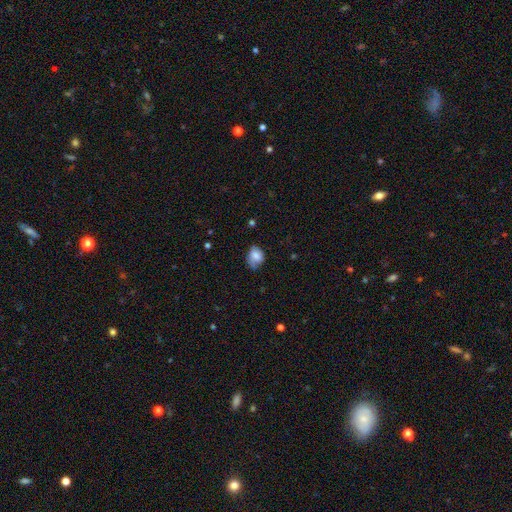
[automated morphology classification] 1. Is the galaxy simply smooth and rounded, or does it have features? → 75% smooth, 17% featured or disk, 9% star or artifact.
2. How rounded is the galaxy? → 63% in between, 36% round, 1% cigar-shaped.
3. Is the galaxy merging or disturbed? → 48% none, 37% minor disturbance, 13% major disturbance, 2% merger.